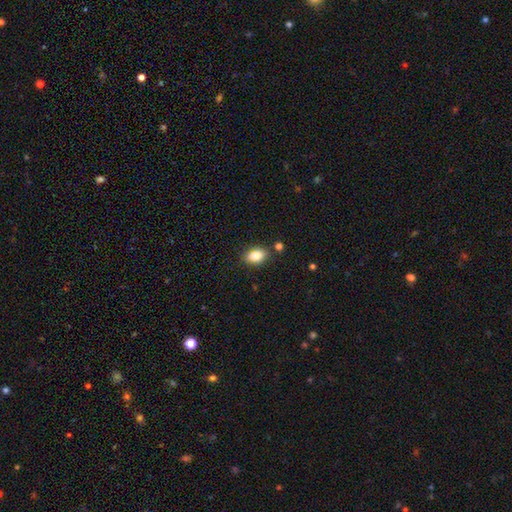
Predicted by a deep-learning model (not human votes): A smooth galaxy with no disk features (82%) that is in between round and cigar-shaped (81%). Merging: none (82%).